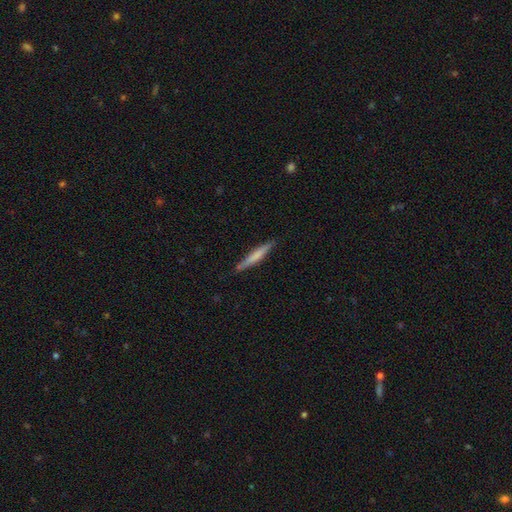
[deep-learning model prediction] This appears to be a smooth galaxy with no disk features (59%) that is cigar-shaped (95%). Merging: none (87%).